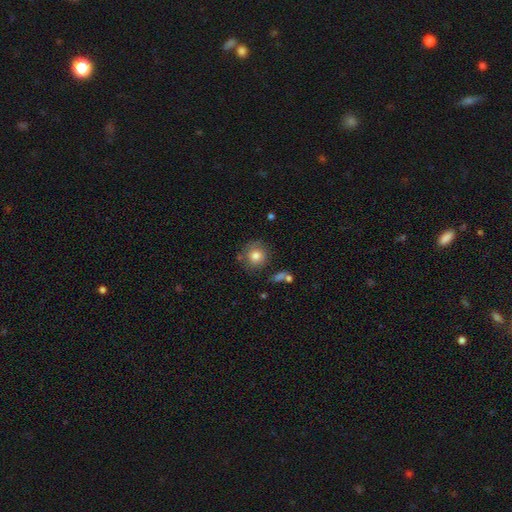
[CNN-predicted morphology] This appears to be a smooth galaxy with no disk features (79%) that is round (88%). Merging: none (73%).